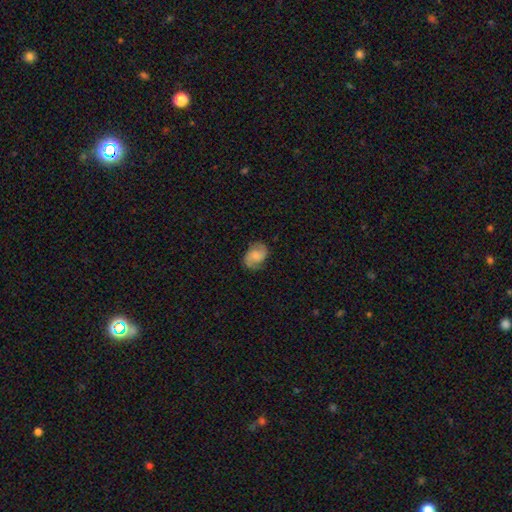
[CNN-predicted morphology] Q: Smooth or featured?
A: featured or disk (63%); runner-up: smooth (29%)
Q: Edge-on disk?
A: no (98%); runner-up: yes (2%)
Q: Bar?
A: no (57%); runner-up: weak (37%)
Q: Spiral arms?
A: yes (94%); runner-up: no (6%)
Q: Spiral winding?
A: medium (50%); runner-up: loose (27%)
Q: Spiral arm count?
A: 2 (89%); runner-up: can't tell (5%)
Q: Bulge size?
A: small (33%); runner-up: moderate (30%)
Q: Merging?
A: none (79%); runner-up: minor disturbance (15%)